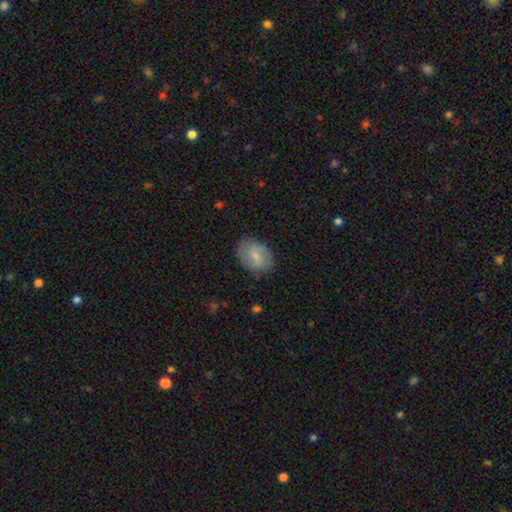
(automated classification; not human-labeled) A smooth galaxy with no disk features (69%) that is in between round and cigar-shaped (80%).

Vote fractions:
- Smooth or featured? smooth: 69% / featured or disk: 24% / star or artifact: 7%
- How rounded? in between: 80% / round: 19% / cigar-shaped: 1%
- Merging? none: 78% / minor disturbance: 17% / major disturbance: 4% / merger: 1%